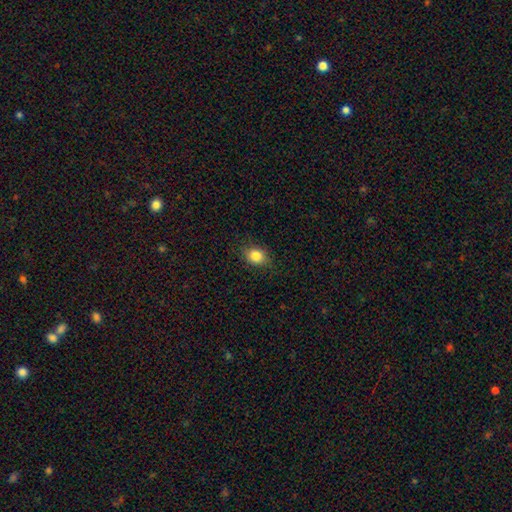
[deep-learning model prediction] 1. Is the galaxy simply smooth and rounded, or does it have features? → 84% smooth, 10% star or artifact, 6% featured or disk.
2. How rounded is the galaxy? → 51% in between, 48% round, 1% cigar-shaped.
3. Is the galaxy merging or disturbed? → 85% none, 11% minor disturbance, 3% major disturbance, 1% merger.